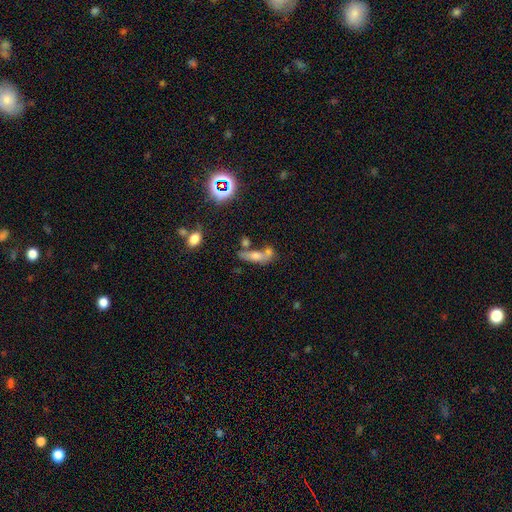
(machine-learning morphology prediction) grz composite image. It shows a smooth galaxy with no disk features (53%) that is in between round and cigar-shaped (55%). Merging: merger (44%).